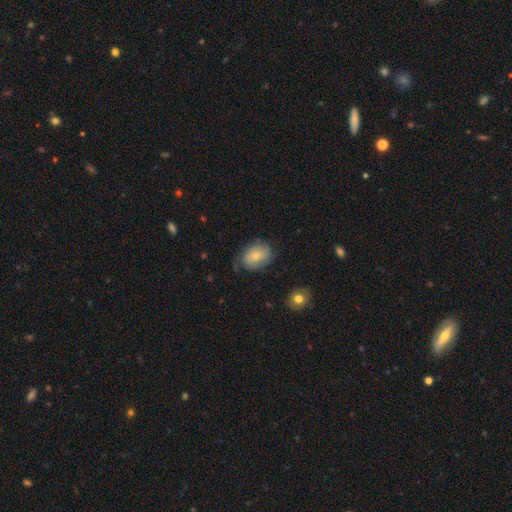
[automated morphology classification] smooth-or-featured: smooth: 59% | featured or disk: 33% | star or artifact: 8%
  how-rounded: in between: 65% | round: 34% | cigar-shaped: 1%
  merging: none: 57% | minor disturbance: 28% | major disturbance: 13% | merger: 2%